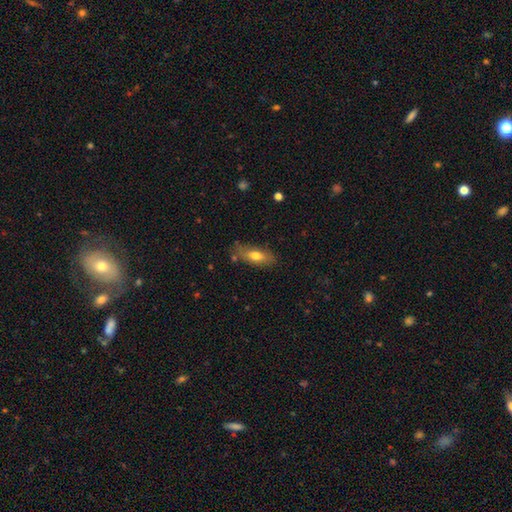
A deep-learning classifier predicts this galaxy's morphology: This is likely a smooth galaxy (68%). How rounded: likely in between (74%). Merging: likely none (73%).